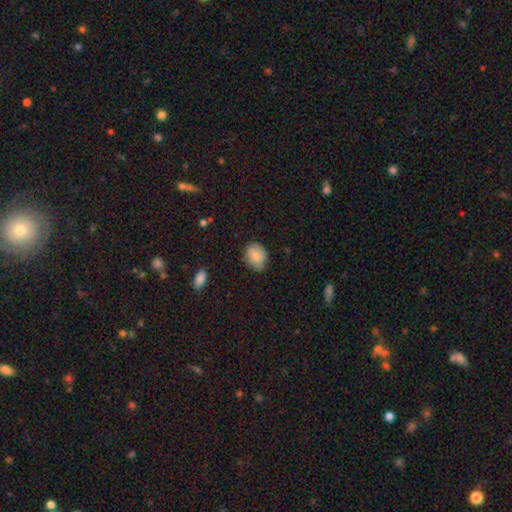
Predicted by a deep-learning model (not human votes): A smooth galaxy with no disk features (86%) that is in between round and cigar-shaped (55%). Merging: none (73%).